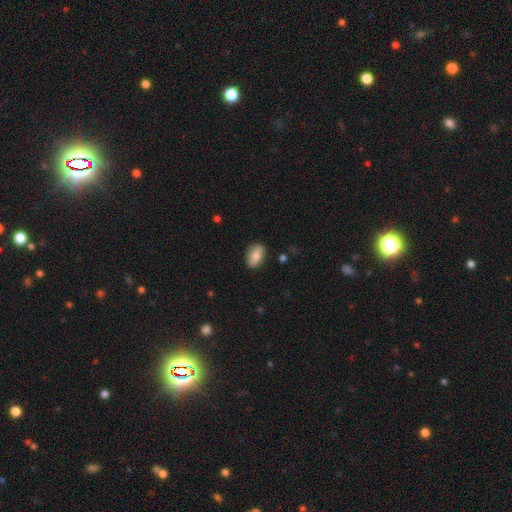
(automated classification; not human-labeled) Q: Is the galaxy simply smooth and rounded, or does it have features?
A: smooth — 80%.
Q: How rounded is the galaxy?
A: in between — 90%.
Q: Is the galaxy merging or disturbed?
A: none — 85%.